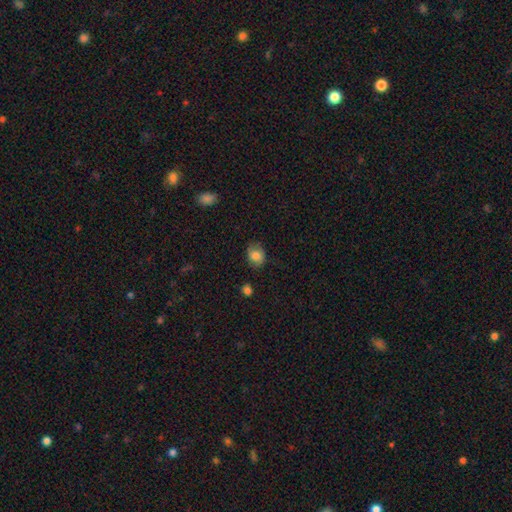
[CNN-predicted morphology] Smooth or featured?
  - smooth: 81% *
  - featured or disk: 10%
  - star or artifact: 9%
How rounded?
  - in between: 54% *
  - round: 45%
  - cigar-shaped: 1%
Merging?
  - none: 74% *
  - minor disturbance: 20%
  - major disturbance: 5%
  - merger: 2%